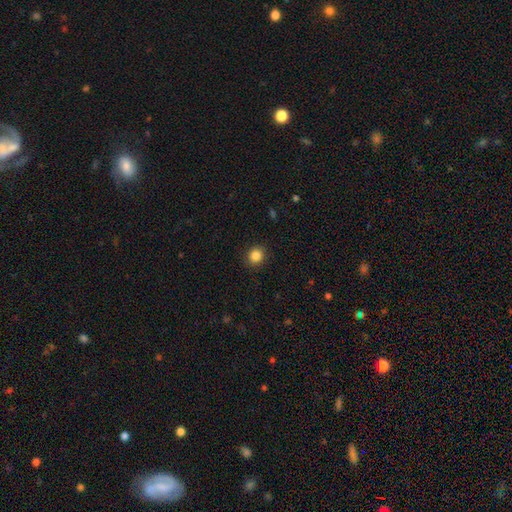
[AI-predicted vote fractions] Morphology: type=smooth (86%); roundness=round (77%); merging=none (90%).